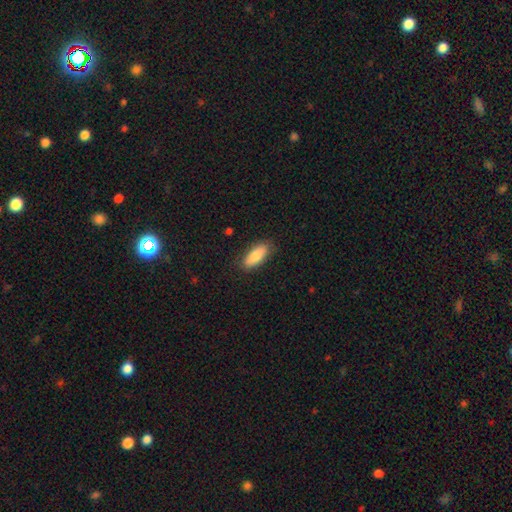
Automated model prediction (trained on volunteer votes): A smooth galaxy with no disk features (83%) that is in between round and cigar-shaped (78%).

Vote fractions:
- Smooth or featured? smooth: 83% / featured or disk: 11% / star or artifact: 6%
- How rounded? in between: 78% / cigar-shaped: 19% / round: 2%
- Merging? none: 85% / minor disturbance: 12% / major disturbance: 3% / merger: 1%